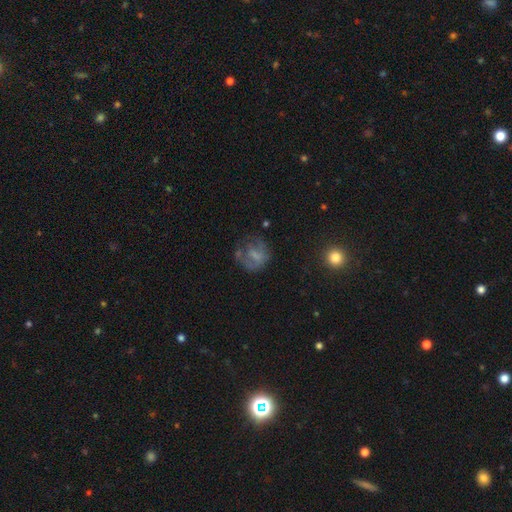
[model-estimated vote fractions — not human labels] A featured or disk galaxy (46%).

Vote fractions:
- Smooth or featured? featured or disk: 46% / smooth: 42% / star or artifact: 12%
- Merging? none: 50% / major disturbance: 24% / minor disturbance: 23% / merger: 4%